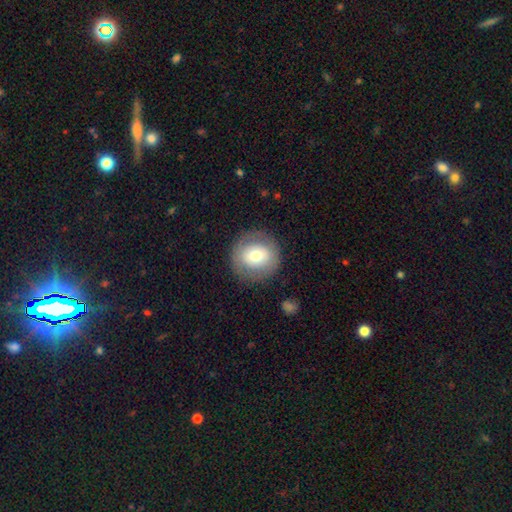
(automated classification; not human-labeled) Smooth or featured? smooth (65%)
How rounded? round (89%)
Merging? none (85%)